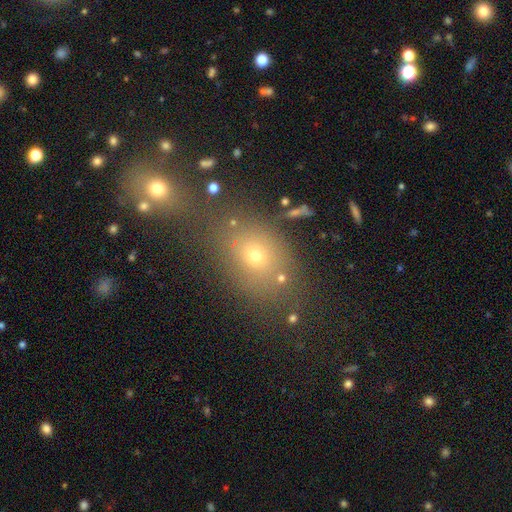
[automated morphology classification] smooth 65%, star or artifact 20%, featured or disk 14%. Down the decision tree: how rounded — in between (62%); merging — none (61%).